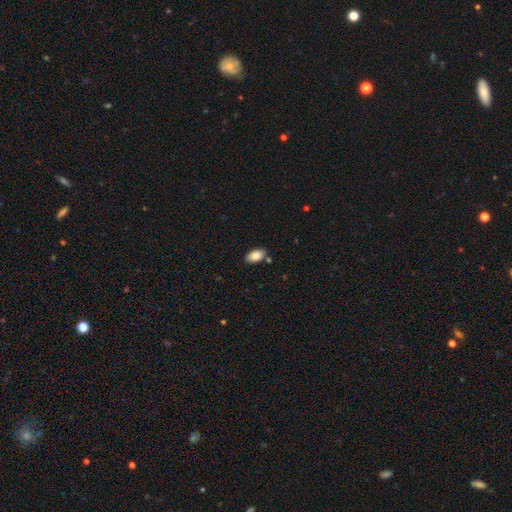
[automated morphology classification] smooth_or_featured: smooth (p=0.86) [alt: star or artifact p=0.07]
how_rounded: in between (p=0.94) [alt: round p=0.04]
merging: none (p=0.82) [alt: minor disturbance p=0.11]